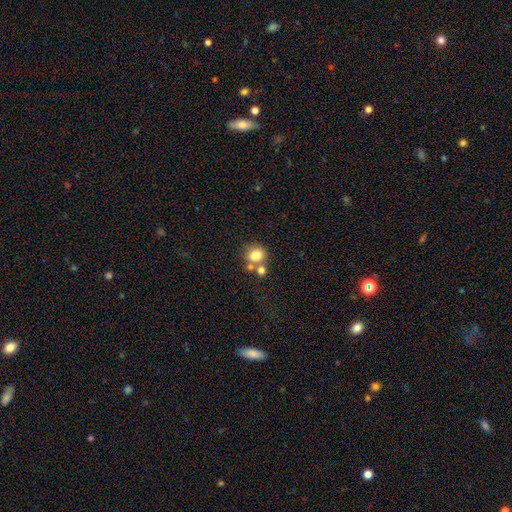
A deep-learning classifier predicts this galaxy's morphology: Overall: smooth (78%). How rounded: round (80%). Merging: none (54%; merger 33%).